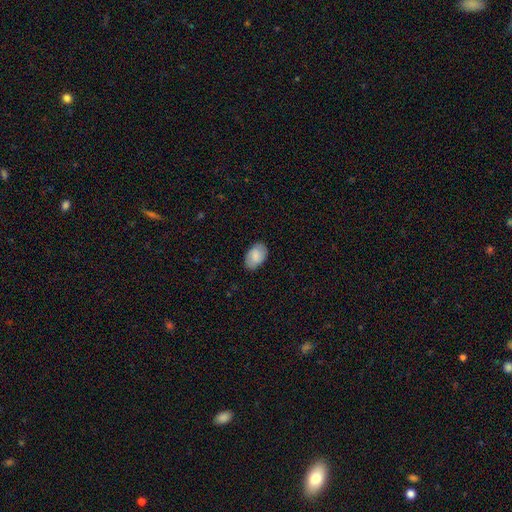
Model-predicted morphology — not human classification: smooth 83%, featured or disk 11%, star or artifact 6%. Down the decision tree: how rounded — in between (92%); merging — none (85%).